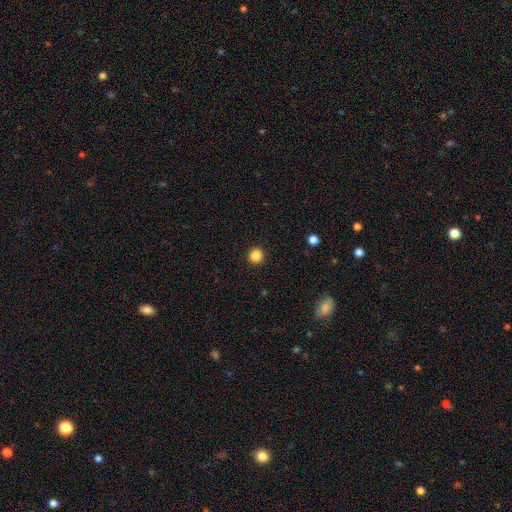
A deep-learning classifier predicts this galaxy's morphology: type=smooth (86%); roundness=round (93%); merging=none (92%).